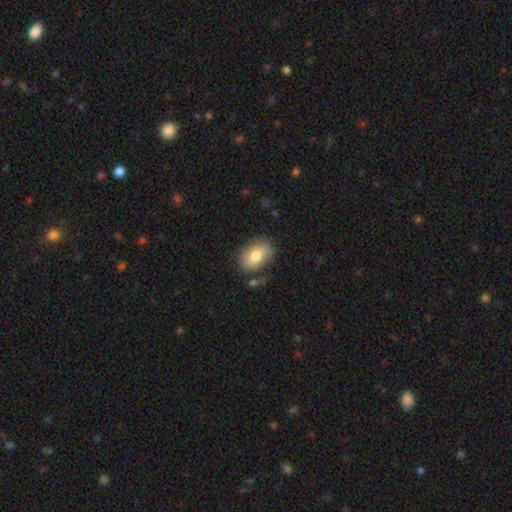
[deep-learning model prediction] Smooth or featured? Predicted: smooth (p=0.78). How rounded? Predicted: in between (p=0.82). Merging? Predicted: none (p=0.71).